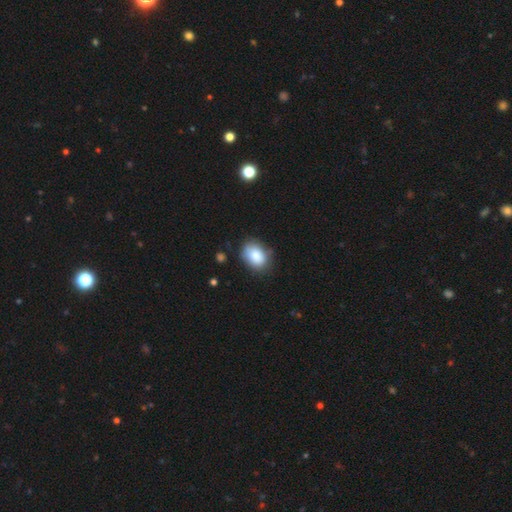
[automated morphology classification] type=smooth (83%); roundness=in between (68%); merging=none (75%).